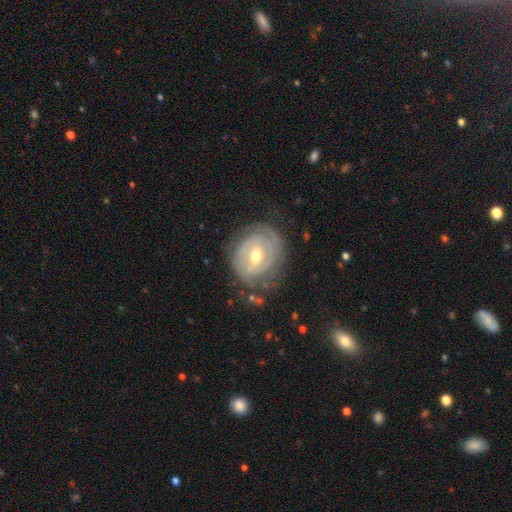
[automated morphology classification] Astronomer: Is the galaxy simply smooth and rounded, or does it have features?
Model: featured or disk — 83%.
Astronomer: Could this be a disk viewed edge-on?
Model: no — 97%.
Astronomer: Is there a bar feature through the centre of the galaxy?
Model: weak — 51% (runner-up: strong, 26%).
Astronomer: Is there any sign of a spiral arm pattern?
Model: yes — 86%.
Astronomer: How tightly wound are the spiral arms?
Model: tight — 75%.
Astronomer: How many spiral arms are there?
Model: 2 — 46% (runner-up: can't tell, 32%).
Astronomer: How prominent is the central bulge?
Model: moderate — 69%.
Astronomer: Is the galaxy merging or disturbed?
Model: none — 72%.